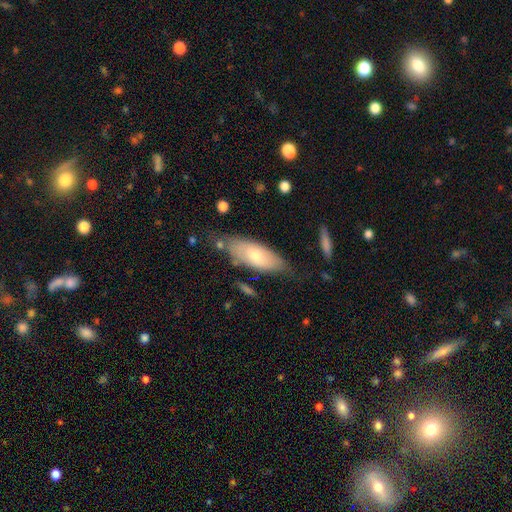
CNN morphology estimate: smooth_or_featured: smooth (p=0.67) [alt: featured or disk p=0.27]
how_rounded: in between (p=0.77) [alt: cigar-shaped p=0.21]
merging: none (p=0.65) [alt: minor disturbance p=0.24]